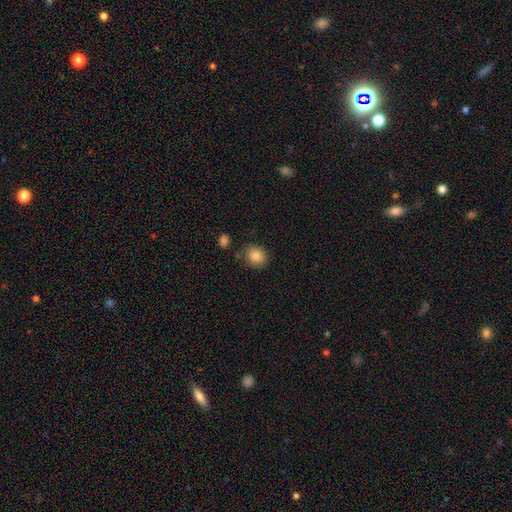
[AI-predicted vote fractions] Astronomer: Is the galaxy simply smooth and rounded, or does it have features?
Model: smooth — 85%.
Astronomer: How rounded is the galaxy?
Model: round — 69%.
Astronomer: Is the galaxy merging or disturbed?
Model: none — 81%.